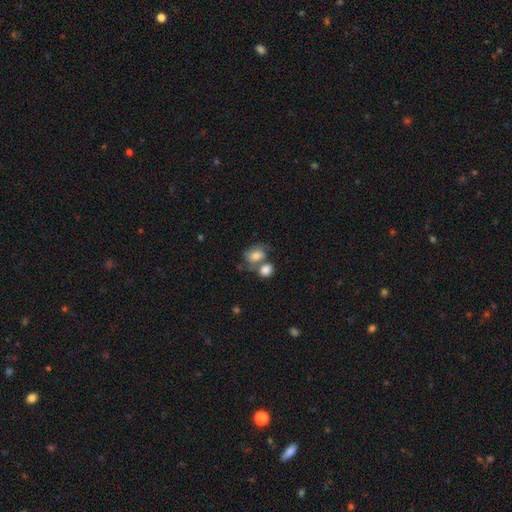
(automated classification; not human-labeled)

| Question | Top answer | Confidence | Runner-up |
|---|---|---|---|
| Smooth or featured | smooth | 72% | featured or disk (19%) |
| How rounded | in between | 63% | round (35%) |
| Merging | merger | 49% | none (28%) |